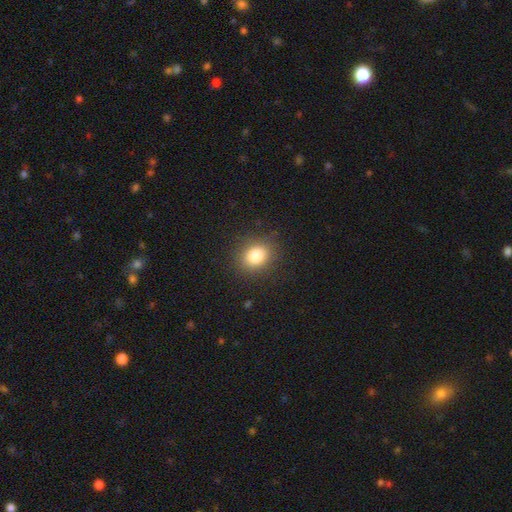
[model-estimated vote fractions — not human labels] Morphology: type=smooth (82%); roundness=round (57%); merging=none (87%).